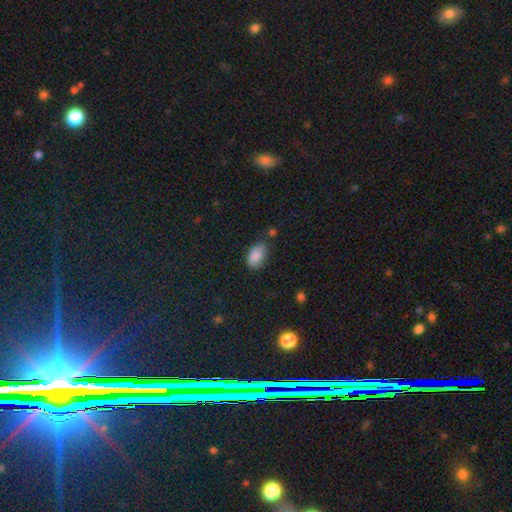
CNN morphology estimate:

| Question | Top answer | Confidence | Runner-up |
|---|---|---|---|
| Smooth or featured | smooth | 85% | star or artifact (8%) |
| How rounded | in between | 92% | round (7%) |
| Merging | none | 58% | minor disturbance (31%) |